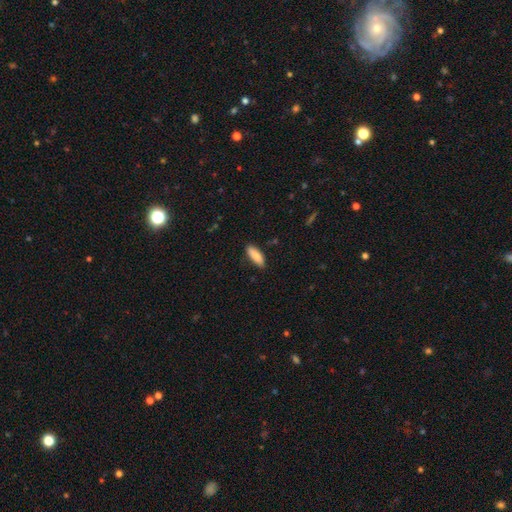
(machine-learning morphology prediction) Smooth or featured? Predicted: smooth (p=0.85). How rounded? Predicted: in between (p=0.66). Merging? Predicted: none (p=0.84).